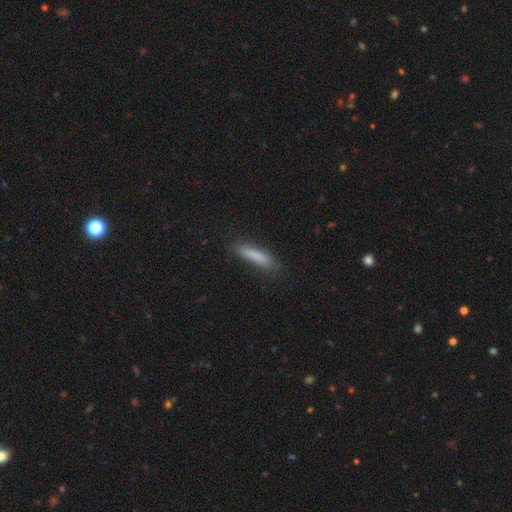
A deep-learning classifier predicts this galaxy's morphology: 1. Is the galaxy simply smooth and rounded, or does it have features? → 81% smooth, 12% featured or disk, 7% star or artifact.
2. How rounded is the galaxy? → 82% cigar-shaped, 17% in between, 1% round.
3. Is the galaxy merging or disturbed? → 77% none, 17% minor disturbance, 4% major disturbance, 2% merger.